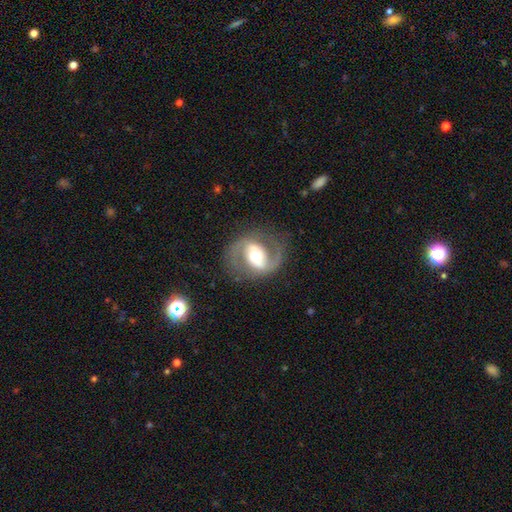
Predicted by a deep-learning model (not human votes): Morphology: type=featured or disk (84%); edge-on=no (97%); bar=weak (37%); spiral arms=yes (92%); winding=medium (54%); arm count=2 (91%); bulge=moderate (64%); merging=none (78%).